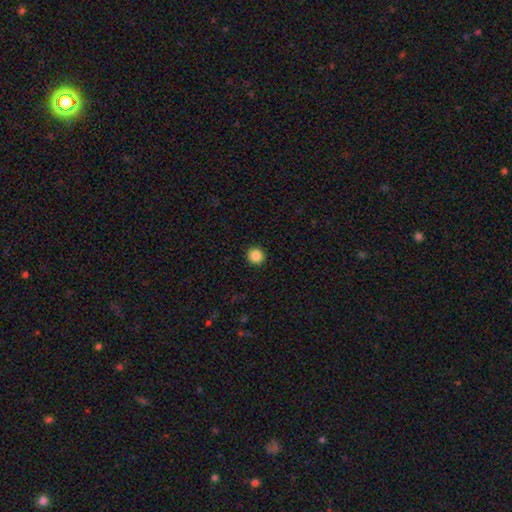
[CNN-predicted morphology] type=smooth (87%); roundness=round (94%); merging=none (93%).